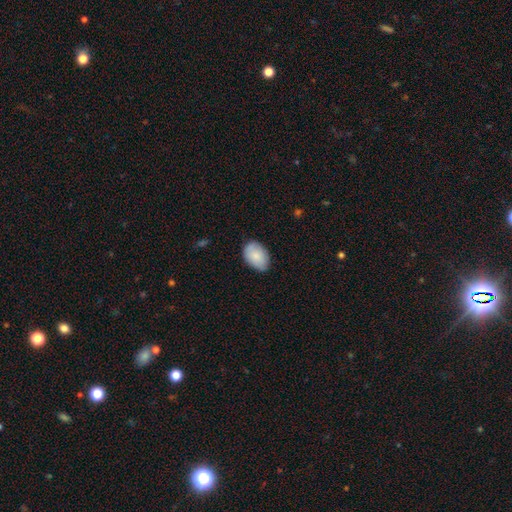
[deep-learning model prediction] Smooth or featured: smooth — 84% (featured or disk — 10%)
How rounded: in between — 88% (round — 11%)
Merging: none — 77% (minor disturbance — 19%)